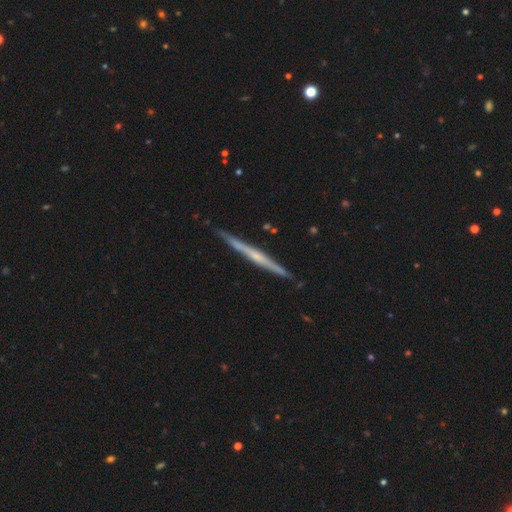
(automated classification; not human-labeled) A featured or disk galaxy (74%) viewed edge-on (98%) with no central bulge (47%).

Vote fractions:
- Smooth or featured? featured or disk: 74% / smooth: 21% / star or artifact: 5%
- Edge-on disk? yes: 98% / no: 2%
- Edge-on bulge? none: 47% / rounded: 45% / boxy: 8%
- Merging? none: 88% / minor disturbance: 9% / major disturbance: 1% / merger: 1%